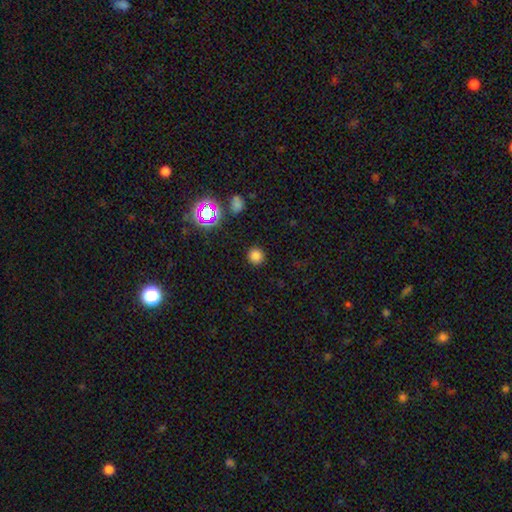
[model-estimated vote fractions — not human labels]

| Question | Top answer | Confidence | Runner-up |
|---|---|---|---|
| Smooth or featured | smooth | 78% | star or artifact (17%) |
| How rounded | round | 94% | in between (5%) |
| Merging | none | 90% | minor disturbance (6%) |